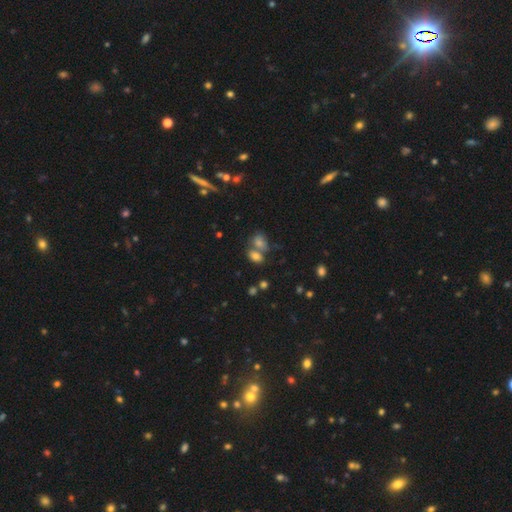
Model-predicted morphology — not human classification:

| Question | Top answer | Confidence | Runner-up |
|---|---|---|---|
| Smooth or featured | smooth | 77% | star or artifact (14%) |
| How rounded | in between | 81% | round (17%) |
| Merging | merger | 45% | none (41%) |